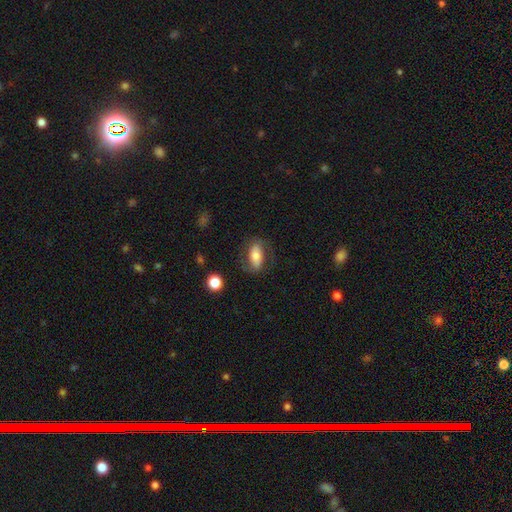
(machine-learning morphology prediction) Smooth or featured? smooth (54%)
How rounded? in between (84%)
Merging? none (70%)